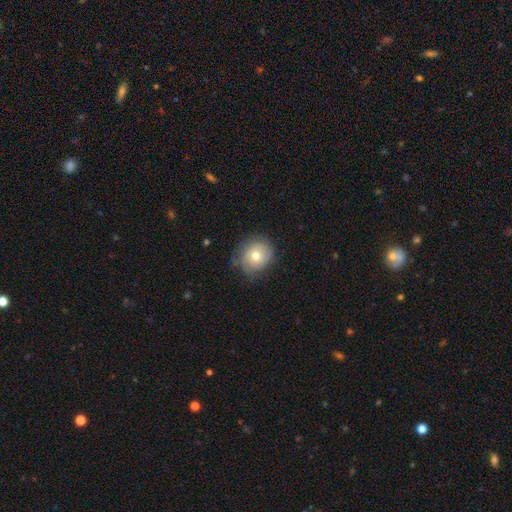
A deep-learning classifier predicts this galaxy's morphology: This is possibly a smooth galaxy (59%). How rounded: likely round (77%). Merging: likely none (69%).